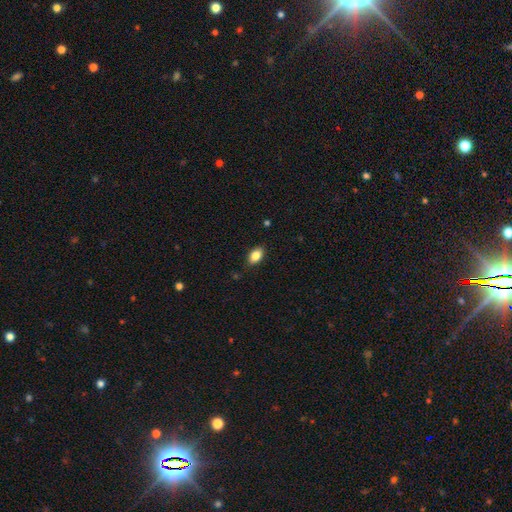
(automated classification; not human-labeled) Smooth or featured?
  - smooth: 85% *
  - star or artifact: 8%
  - featured or disk: 7%
How rounded?
  - in between: 88% *
  - round: 10%
  - cigar-shaped: 2%
Merging?
  - none: 85% *
  - minor disturbance: 11%
  - major disturbance: 2%
  - merger: 1%